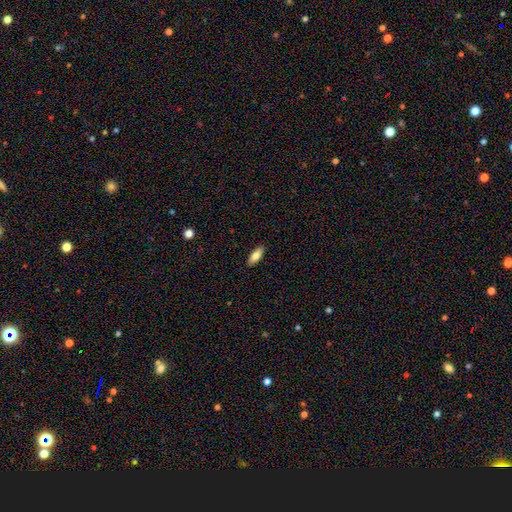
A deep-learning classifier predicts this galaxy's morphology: Smooth or featured? smooth (79%)
How rounded? in between (75%)
Merging? none (89%)